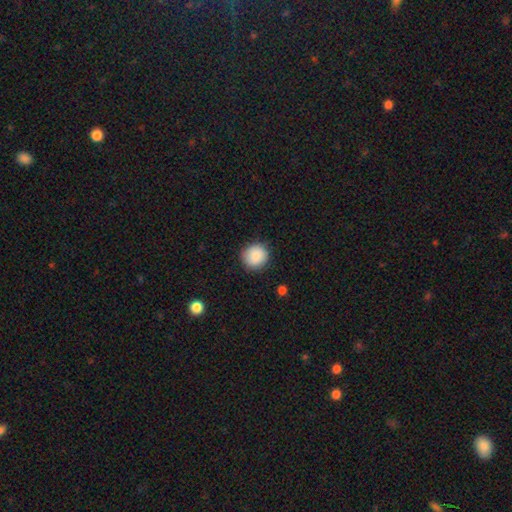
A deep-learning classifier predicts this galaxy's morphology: Q: Smooth or featured?
A: smooth (88%); runner-up: star or artifact (8%)
Q: How rounded?
A: round (91%); runner-up: in between (8%)
Q: Merging?
A: none (87%); runner-up: minor disturbance (9%)